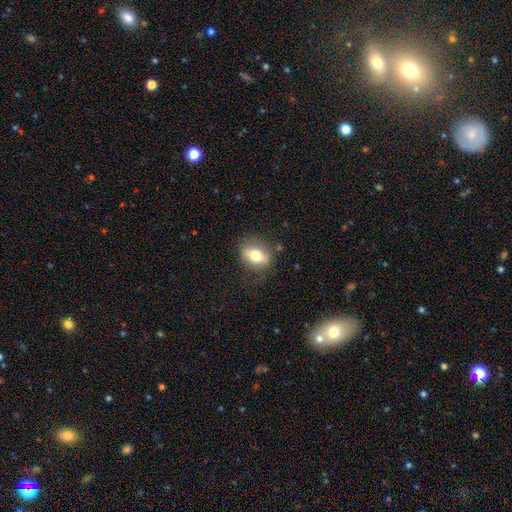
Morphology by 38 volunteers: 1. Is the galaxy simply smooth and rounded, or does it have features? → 71% smooth, 21% featured or disk, 8% star or artifact.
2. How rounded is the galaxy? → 70% in between, 26% round, 4% cigar-shaped.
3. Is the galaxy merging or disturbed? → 91% none, 6% minor disturbance, 3% major disturbance, 0% merger.